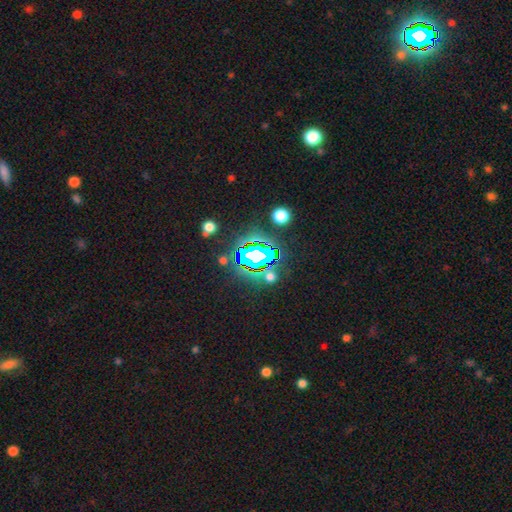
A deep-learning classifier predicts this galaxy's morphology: type=star or artifact (68%).